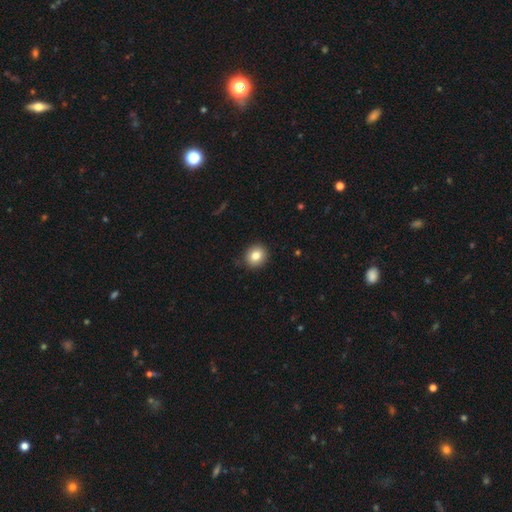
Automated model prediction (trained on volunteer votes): A smooth galaxy with no disk features (82%) that is round (84%). Merging: none (89%).